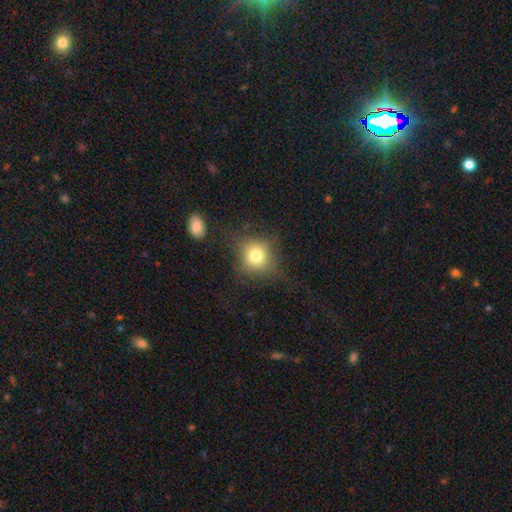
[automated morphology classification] smooth_or_featured: smooth (p=0.75) [alt: star or artifact p=0.13]
how_rounded: round (p=0.80) [alt: in between p=0.19]
merging: none (p=0.71) [alt: minor disturbance p=0.17]